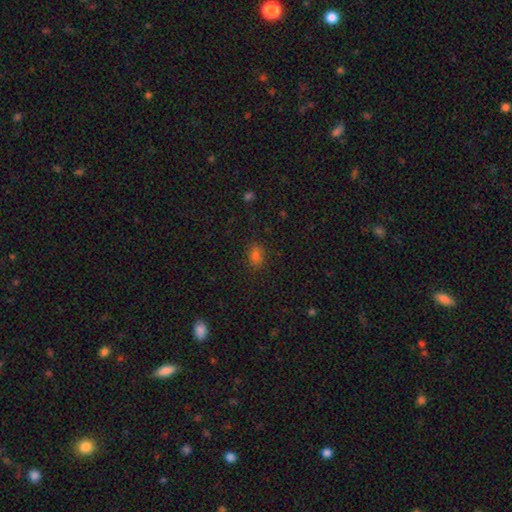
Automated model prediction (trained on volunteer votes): Smooth or featured? Predicted: smooth (p=0.78). How rounded? Predicted: in between (p=0.70). Merging? Predicted: none (p=0.85).